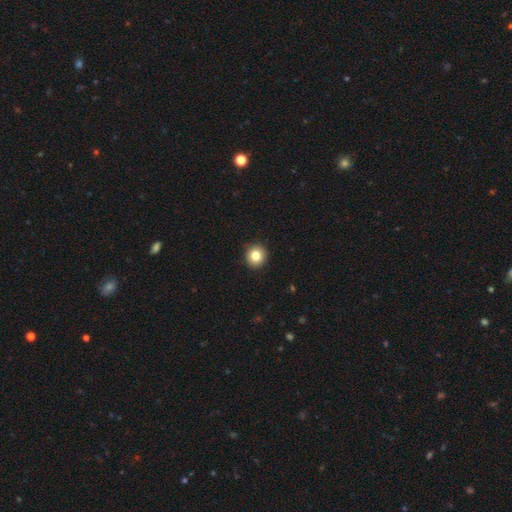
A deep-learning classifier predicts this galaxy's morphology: A smooth galaxy with no disk features (82%) that is round (93%). Merging: none (93%).